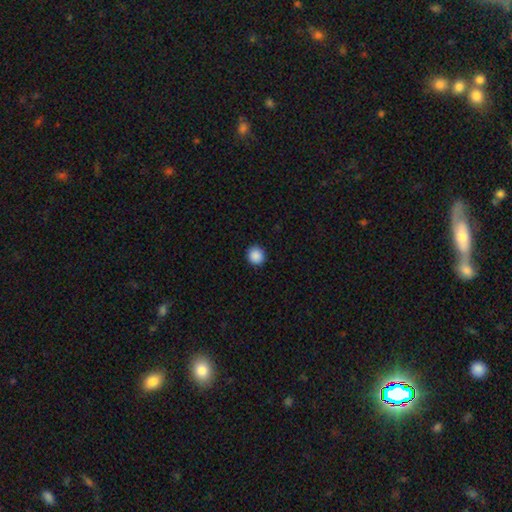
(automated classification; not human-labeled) smooth 89%, star or artifact 9%, featured or disk 2%. Down the decision tree: how rounded — round (91%); merging — none (92%).